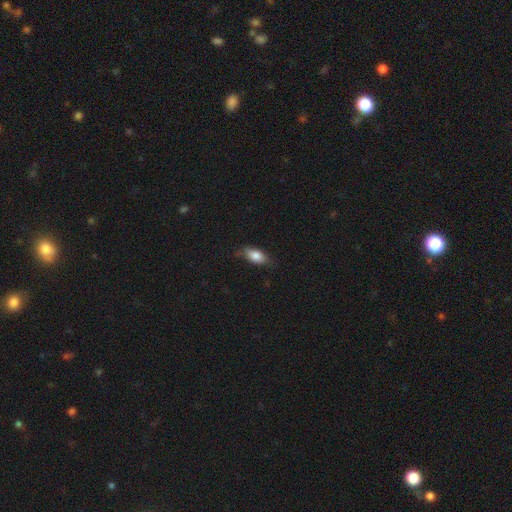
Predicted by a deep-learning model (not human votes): Smooth or featured?
  - smooth: 81% *
  - featured or disk: 12%
  - star or artifact: 7%
How rounded?
  - in between: 86% *
  - cigar-shaped: 9%
  - round: 4%
Merging?
  - none: 72% *
  - minor disturbance: 22%
  - major disturbance: 4%
  - merger: 1%